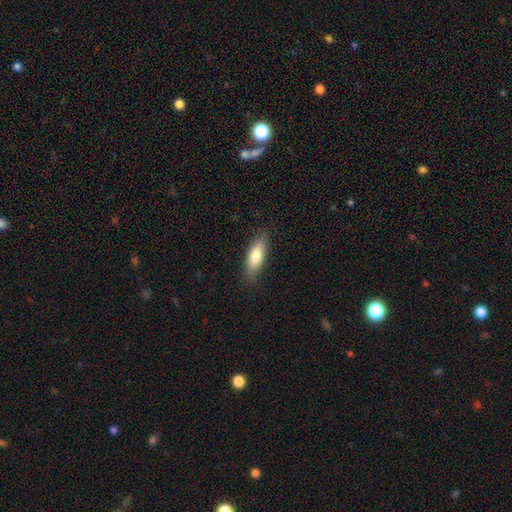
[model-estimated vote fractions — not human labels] A smooth galaxy with no disk features (75%) that is in between round and cigar-shaped (53%). Merging: none (85%).